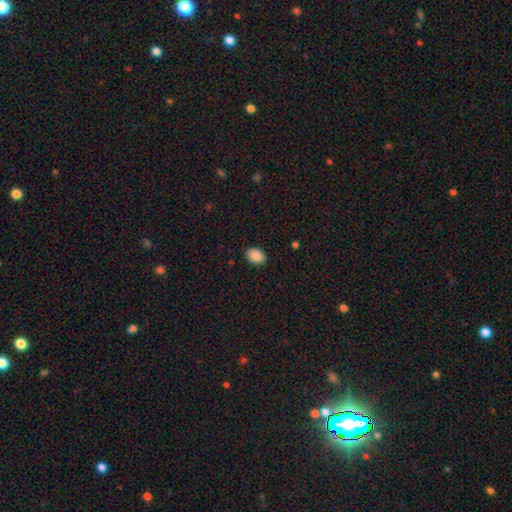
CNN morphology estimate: smooth_or_featured: smooth (p=0.89) [alt: star or artifact p=0.08]
how_rounded: in between (p=0.74) [alt: round p=0.25]
merging: none (p=0.89) [alt: minor disturbance p=0.08]